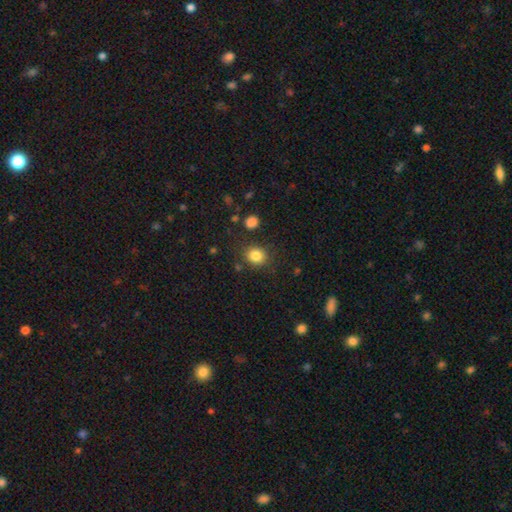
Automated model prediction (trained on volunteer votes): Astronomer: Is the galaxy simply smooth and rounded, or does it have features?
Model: smooth — 84%.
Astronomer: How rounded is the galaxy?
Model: round — 72%.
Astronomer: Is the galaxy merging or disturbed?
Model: none — 82%.